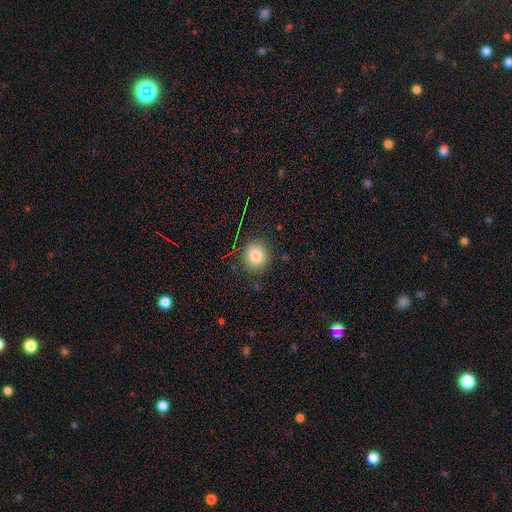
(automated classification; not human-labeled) Smooth or featured? Predicted: smooth (p=0.81). How rounded? Predicted: round (p=0.82). Merging? Predicted: none (p=0.85).